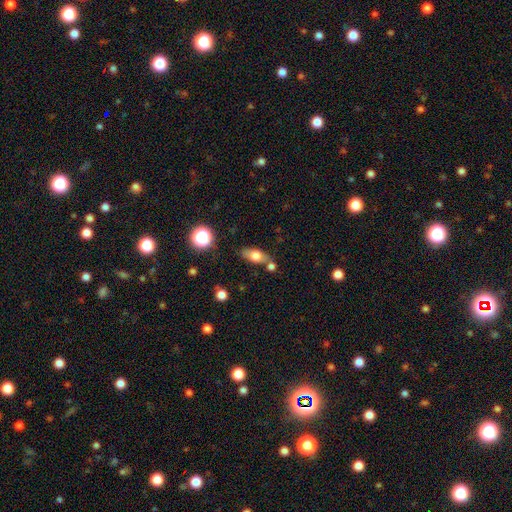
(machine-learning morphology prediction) smooth-or-featured: smooth: 70% | featured or disk: 21% | star or artifact: 9%
  how-rounded: in between: 77% | cigar-shaped: 16% | round: 8%
  merging: none: 64% | merger: 16% | minor disturbance: 16% | major disturbance: 5%